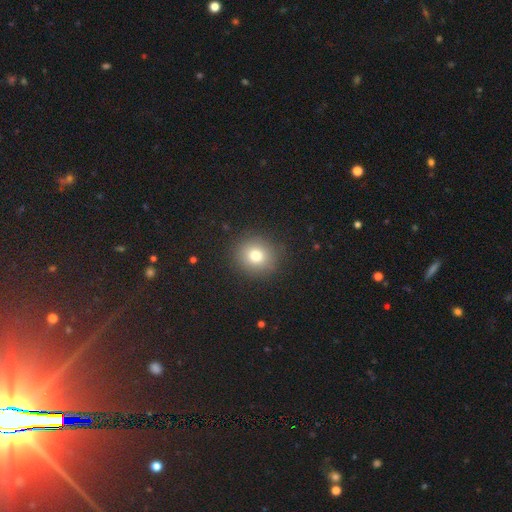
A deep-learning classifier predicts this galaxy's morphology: This is likely a smooth galaxy (78%). How rounded: clearly round (87%). Merging: clearly none (89%).